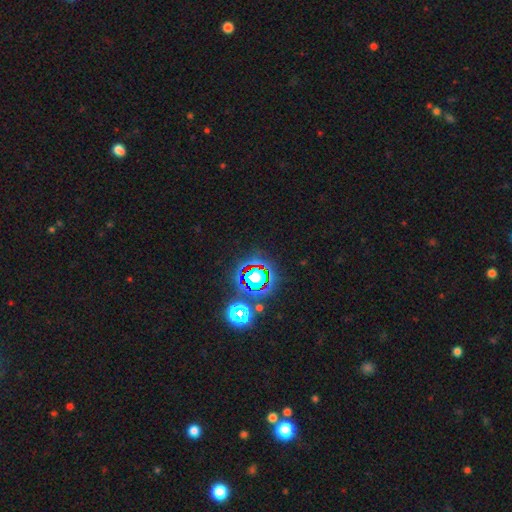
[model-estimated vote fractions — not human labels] Smooth or featured? star or artifact (79%)